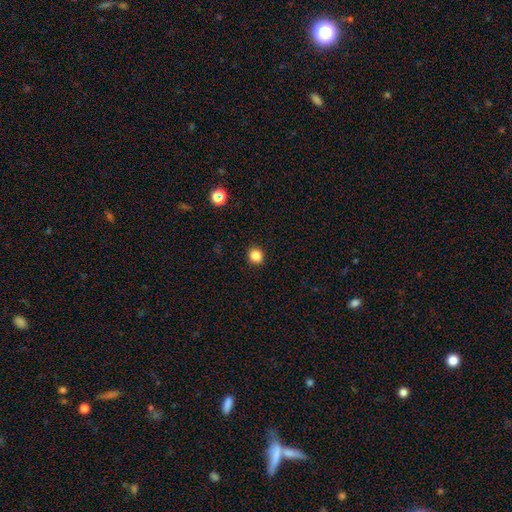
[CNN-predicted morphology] type=smooth (85%); roundness=round (81%); merging=none (91%).